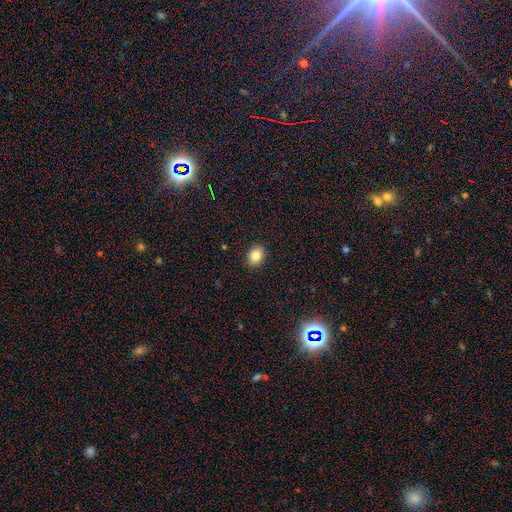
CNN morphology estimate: A smooth galaxy with no disk features (84%) that is in between round and cigar-shaped (57%).

Vote fractions:
- Smooth or featured? smooth: 84% / star or artifact: 10% / featured or disk: 7%
- How rounded? in between: 57% / round: 42% / cigar-shaped: 1%
- Merging? none: 90% / minor disturbance: 7% / major disturbance: 2% / merger: 1%